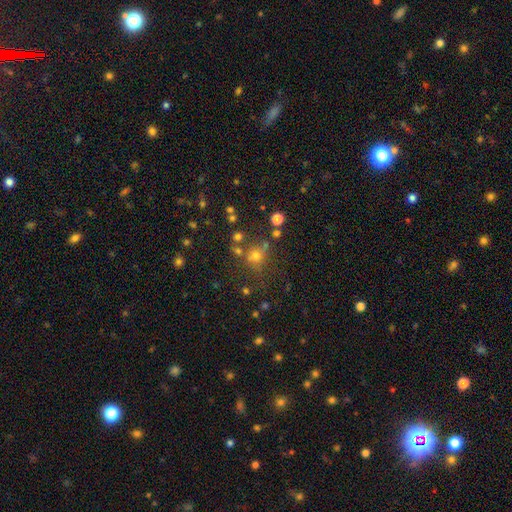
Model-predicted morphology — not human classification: Smooth or featured?
  - smooth: 58% *
  - star or artifact: 31%
  - featured or disk: 11%
How rounded?
  - round: 83% *
  - in between: 16%
  - cigar-shaped: 1%
Merging?
  - none: 65% *
  - merger: 16%
  - minor disturbance: 12%
  - major disturbance: 7%